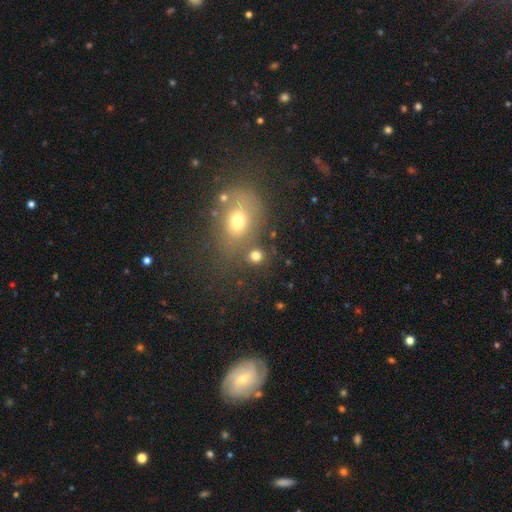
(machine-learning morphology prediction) A smooth galaxy with no disk features (77%) that is round (75%). Merging: none (72%).